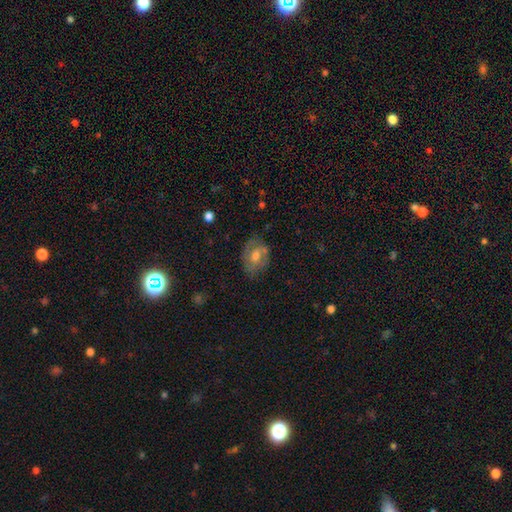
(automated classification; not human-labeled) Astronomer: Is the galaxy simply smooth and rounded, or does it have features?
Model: featured or disk — 46% (runner-up: smooth, 42%).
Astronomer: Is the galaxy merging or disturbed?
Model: none — 71%.